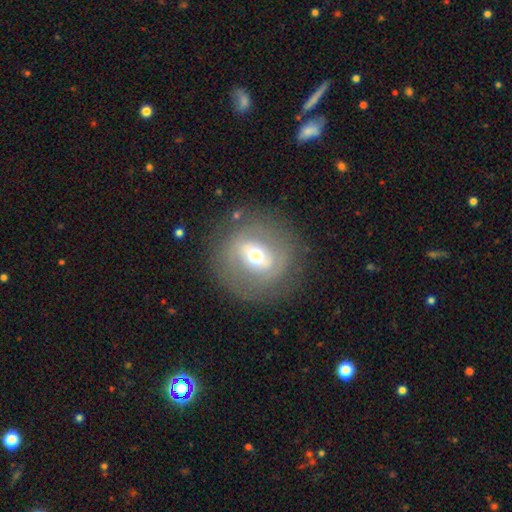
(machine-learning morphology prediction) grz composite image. It shows a featured or disk galaxy (53%). Merging: none (78%).